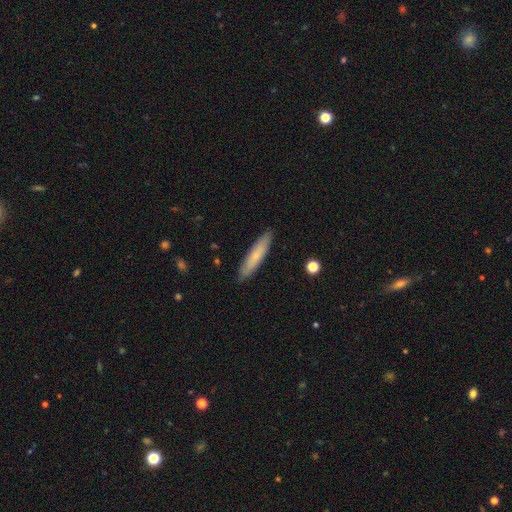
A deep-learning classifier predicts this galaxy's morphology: smooth 69%, featured or disk 25%, star or artifact 6%. Down the decision tree: how rounded — cigar-shaped (87%); merging — none (90%).